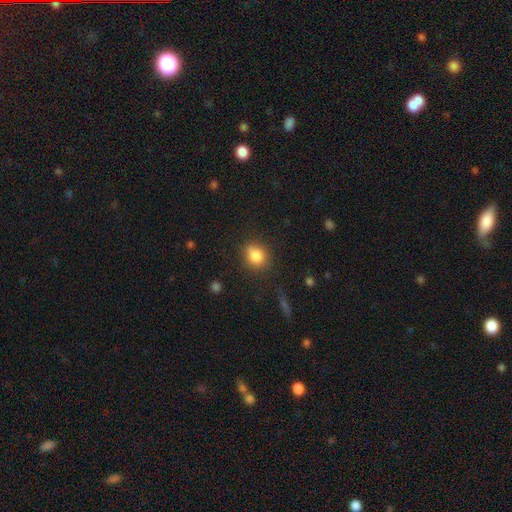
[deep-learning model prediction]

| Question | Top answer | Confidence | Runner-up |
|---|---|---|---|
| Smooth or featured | smooth | 84% | star or artifact (10%) |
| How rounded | round | 55% | in between (43%) |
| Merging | none | 74% | minor disturbance (18%) |